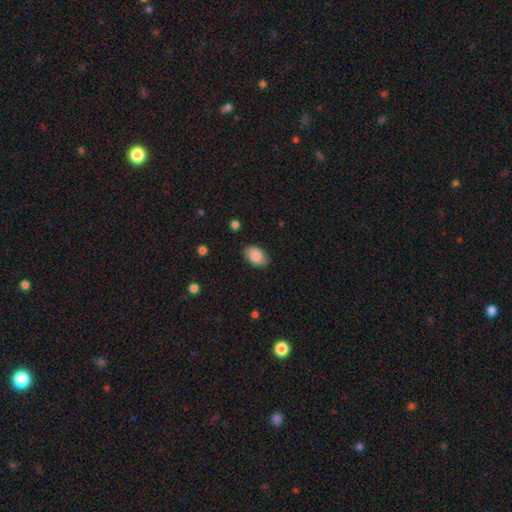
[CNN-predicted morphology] type=smooth (88%); roundness=in between (90%); merging=none (85%).